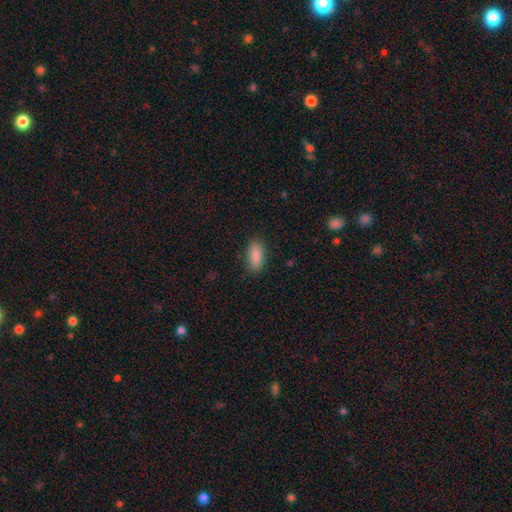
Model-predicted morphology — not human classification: The model was most divided on "how rounded": in between: 86%, cigar-shaped: 12%, round: 3%. More confident: smooth or featured — smooth (87%); merging — none (87%).